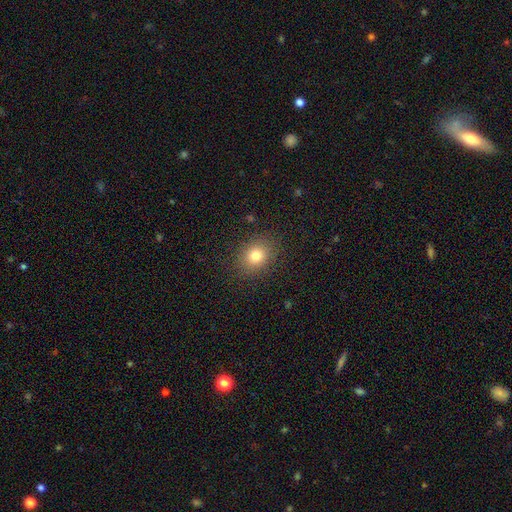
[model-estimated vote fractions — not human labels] Overall: smooth (79%). How rounded: round (59%; in between 40%). Merging: none (86%).